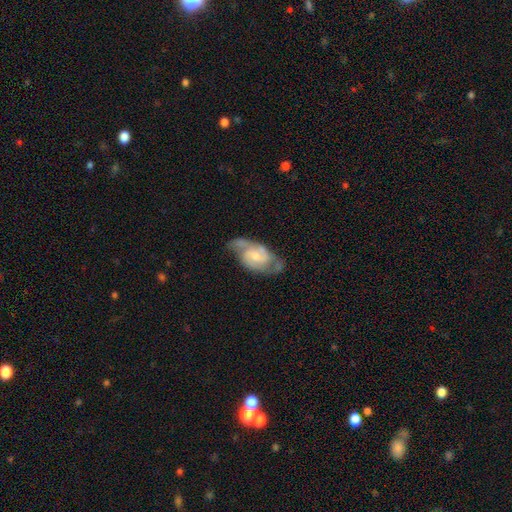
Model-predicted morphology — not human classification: A featured or disk galaxy (79%) with no bar (49%), 2 (78%) medium (51%) spiral arms (93%) and a small central bulge (51%). Merging: none (59%).